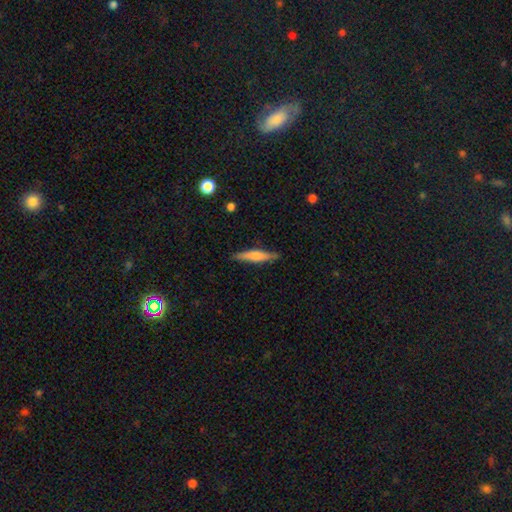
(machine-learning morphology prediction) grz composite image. It shows a smooth galaxy with no disk features (59%) that is cigar-shaped (88%). Merging: none (86%).